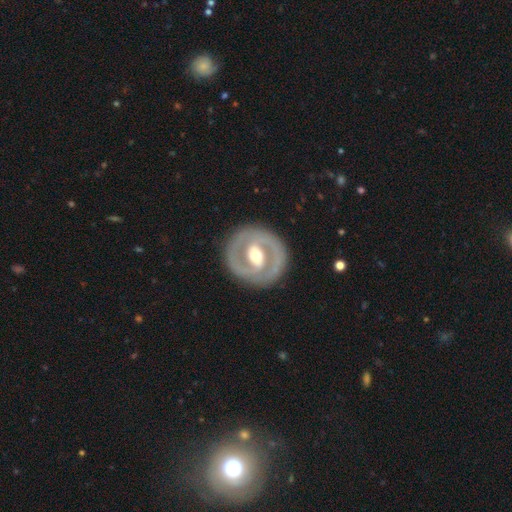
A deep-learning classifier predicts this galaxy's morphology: The model was most divided on "bar": weak: 40%, strong: 36%, no: 24%. More confident: edge-on disk — no (96%); merging — none (86%); smooth or featured — featured or disk (78%); bulge size — moderate (73%); spiral arms — yes (62%).